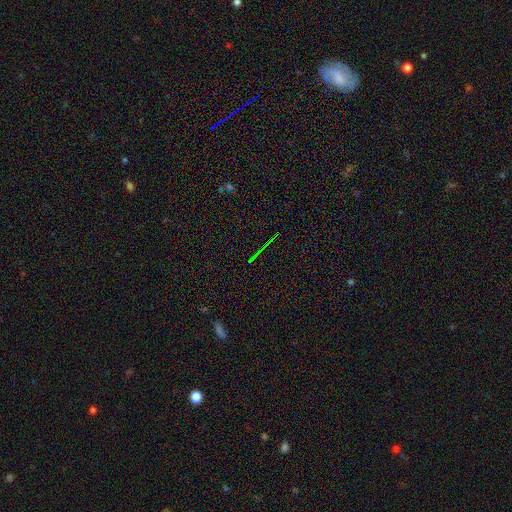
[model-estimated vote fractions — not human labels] This is likely a star or artifact rather than a galaxy (76%).